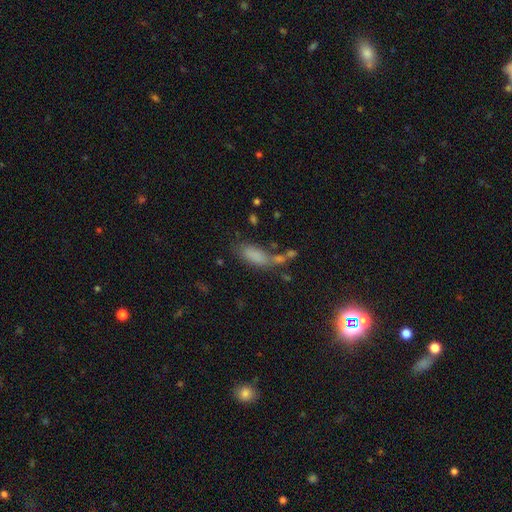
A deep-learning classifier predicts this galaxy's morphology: type=smooth (78%); roundness=in between (77%); merging=none (50%).